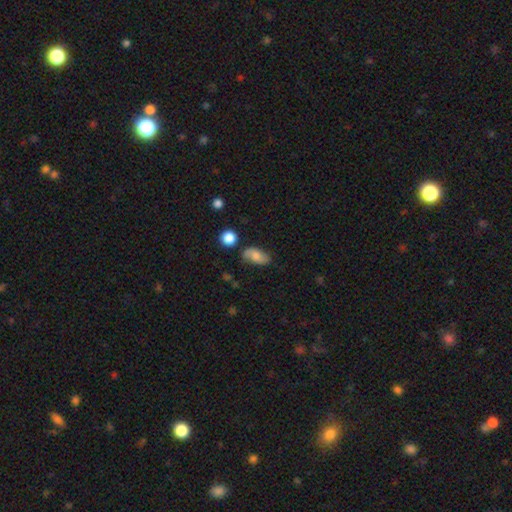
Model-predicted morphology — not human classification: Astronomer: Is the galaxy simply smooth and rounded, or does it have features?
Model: smooth — 54% (runner-up: featured or disk, 36%).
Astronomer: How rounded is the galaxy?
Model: in between — 87%.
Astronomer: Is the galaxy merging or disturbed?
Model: none — 67%.